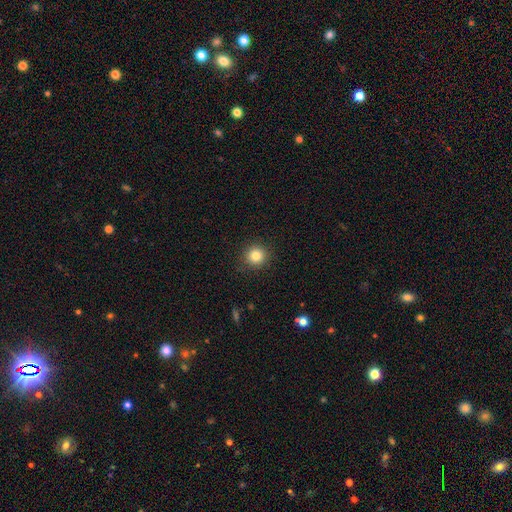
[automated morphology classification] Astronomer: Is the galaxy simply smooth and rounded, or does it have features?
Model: smooth — 82%.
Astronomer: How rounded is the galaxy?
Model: round — 93%.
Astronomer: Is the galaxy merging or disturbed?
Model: none — 90%.